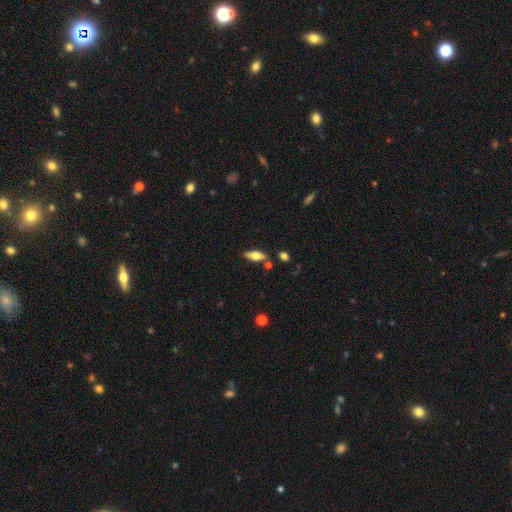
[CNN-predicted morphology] This appears to be a smooth galaxy with no disk features (58%) that is in between round and cigar-shaped (71%). Merging: none (78%).